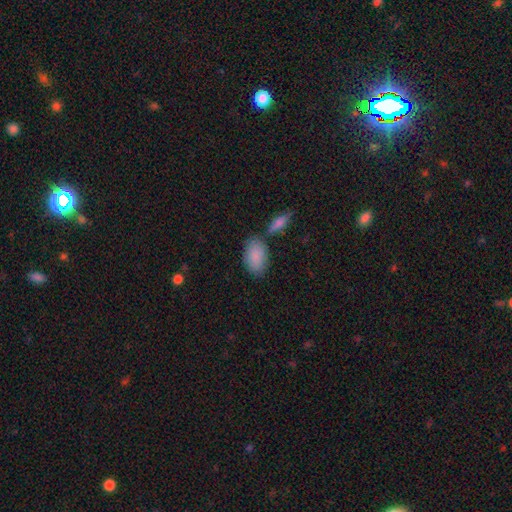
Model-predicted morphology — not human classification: A smooth galaxy with no disk features (87%) that is in between round and cigar-shaped (92%).

Vote fractions:
- Smooth or featured? smooth: 87% / featured or disk: 7% / star or artifact: 6%
- How rounded? in between: 92% / round: 5% / cigar-shaped: 3%
- Merging? none: 68% / minor disturbance: 15% / merger: 13% / major disturbance: 4%